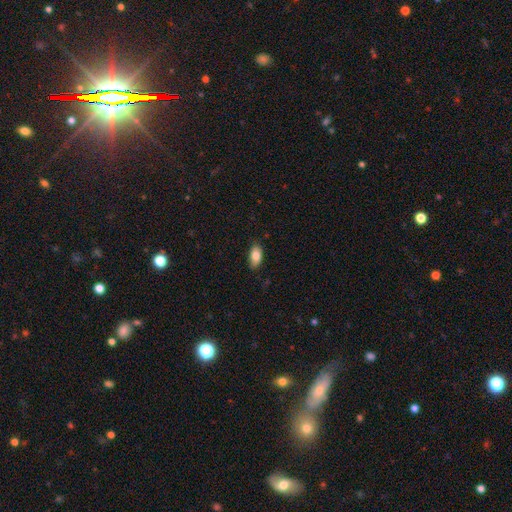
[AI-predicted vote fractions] Smooth or featured? Predicted: smooth (p=0.84). How rounded? Predicted: in between (p=0.92). Merging? Predicted: none (p=0.84).